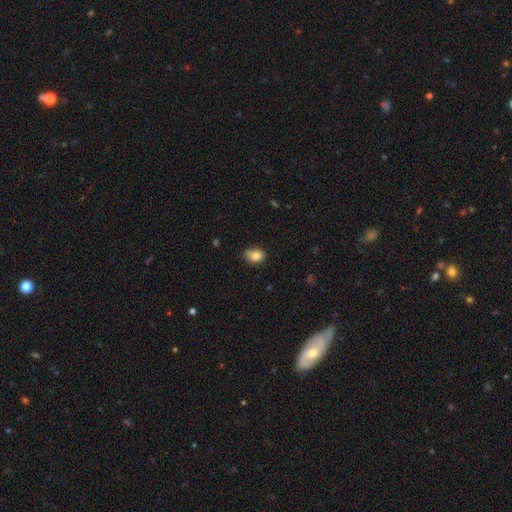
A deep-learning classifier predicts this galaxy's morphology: Overall: smooth (83%). How rounded: in between (55%; round 44%). Merging: none (62%; minor disturbance 29%).